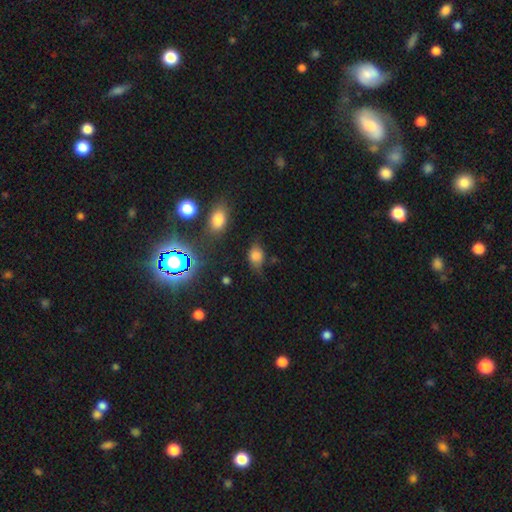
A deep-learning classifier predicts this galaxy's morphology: Smooth or featured: smooth — 73% (star or artifact — 16%)
How rounded: in between — 71% (round — 27%)
Merging: none — 54% (minor disturbance — 33%)